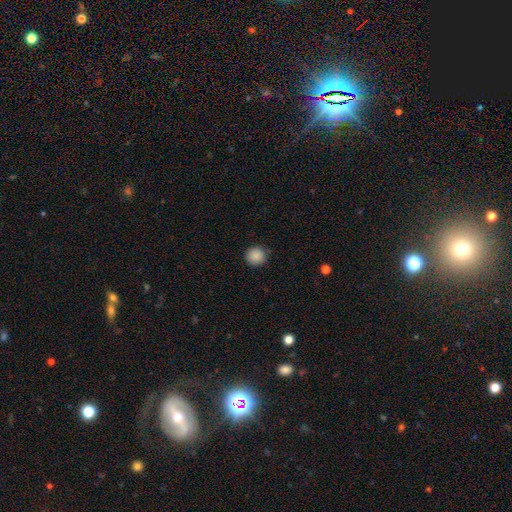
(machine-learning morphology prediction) Smooth or featured? smooth (88%)
How rounded? round (90%)
Merging? none (88%)